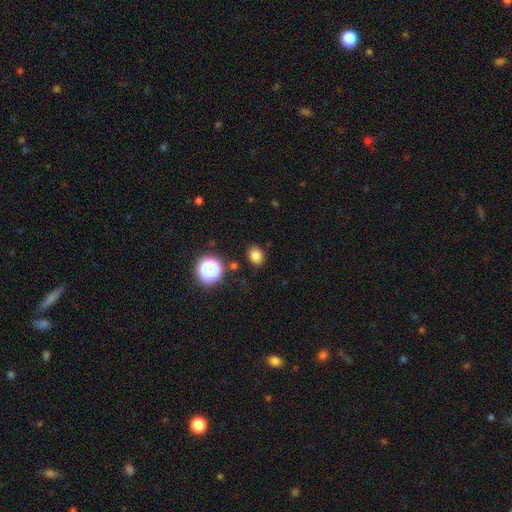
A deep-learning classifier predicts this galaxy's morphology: Smooth or featured: smooth — 80% (star or artifact — 14%)
How rounded: round — 52% (in between — 47%)
Merging: none — 85% (minor disturbance — 9%)